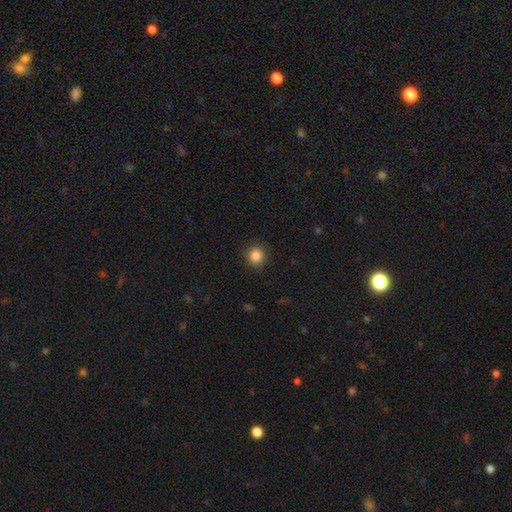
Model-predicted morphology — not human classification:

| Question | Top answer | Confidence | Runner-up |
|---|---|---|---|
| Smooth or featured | smooth | 86% | star or artifact (11%) |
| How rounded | round | 87% | in between (12%) |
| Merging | none | 90% | minor disturbance (7%) |